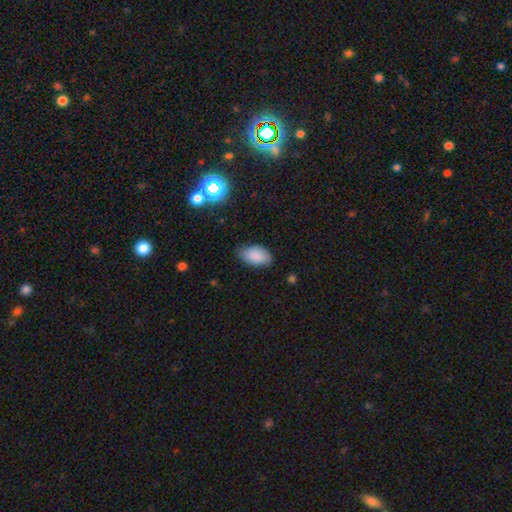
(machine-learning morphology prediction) Smooth or featured: smooth — 86% (star or artifact — 8%)
How rounded: in between — 94% (round — 5%)
Merging: none — 74% (minor disturbance — 21%)